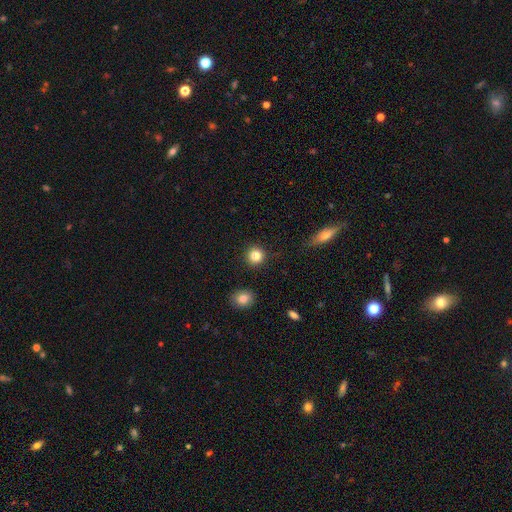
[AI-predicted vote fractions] A smooth galaxy with no disk features (84%) that is round (94%). Merging: none (91%).